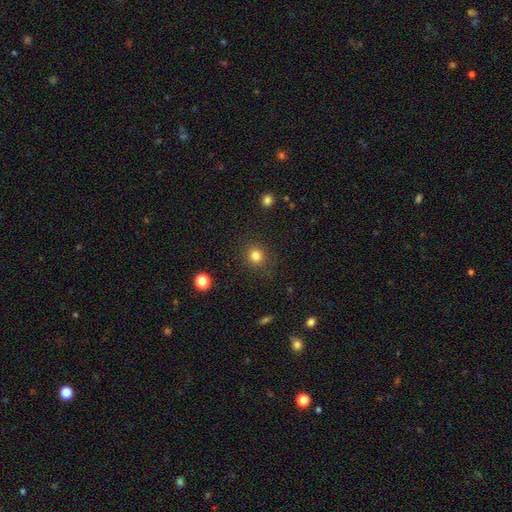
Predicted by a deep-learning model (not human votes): Morphology: type=smooth (82%); roundness=round (87%); merging=none (87%).